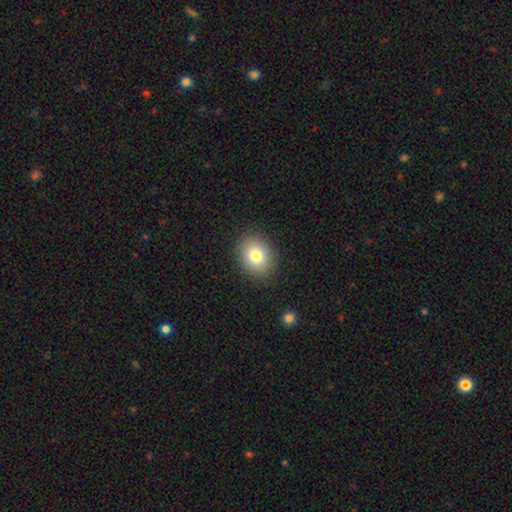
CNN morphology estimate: smooth_or_featured: smooth (p=0.80) [alt: featured or disk p=0.10]
how_rounded: round (p=0.51) [alt: in between p=0.48]
merging: none (p=0.89) [alt: minor disturbance p=0.08]